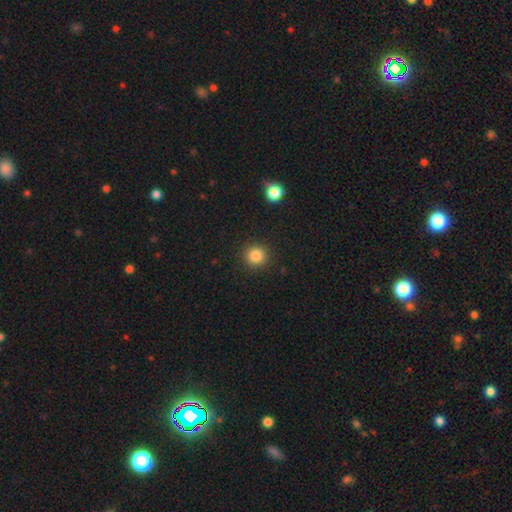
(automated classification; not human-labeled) Smooth or featured? smooth (85%)
How rounded? round (93%)
Merging? none (91%)